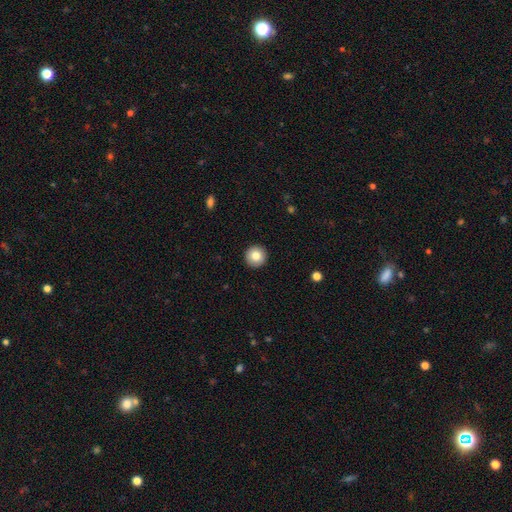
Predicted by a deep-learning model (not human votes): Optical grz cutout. It shows a smooth galaxy with no disk features (83%) that is round (96%). Merging: none (93%).